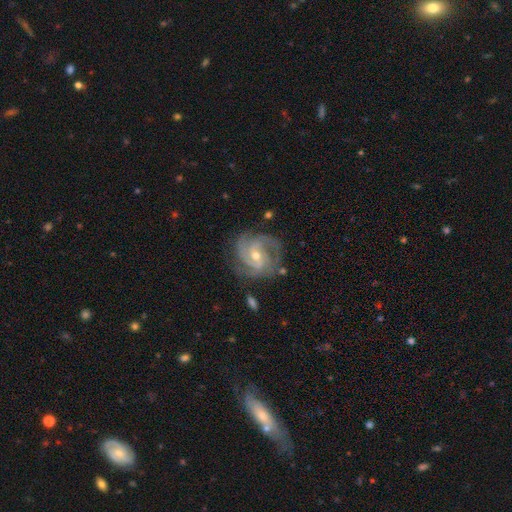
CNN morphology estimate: Smooth or featured? Predicted: featured or disk (p=0.90). Edge-on disk? Predicted: no (p=0.98). Bar? Predicted: no (p=0.48). Spiral arms? Predicted: yes (p=0.98). Spiral winding? Predicted: tight (p=0.56). Spiral arm count? Predicted: 3 (p=0.49). Bulge size? Predicted: moderate (p=0.55). Merging? Predicted: none (p=0.73).